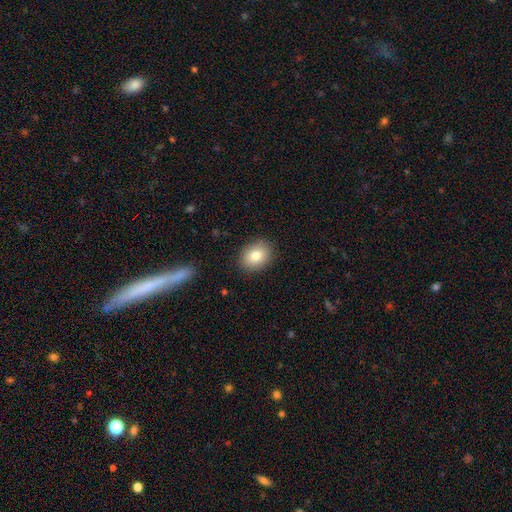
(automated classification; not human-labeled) Overall: smooth (81%). How rounded: in between (60%; round 39%). Merging: none (88%).